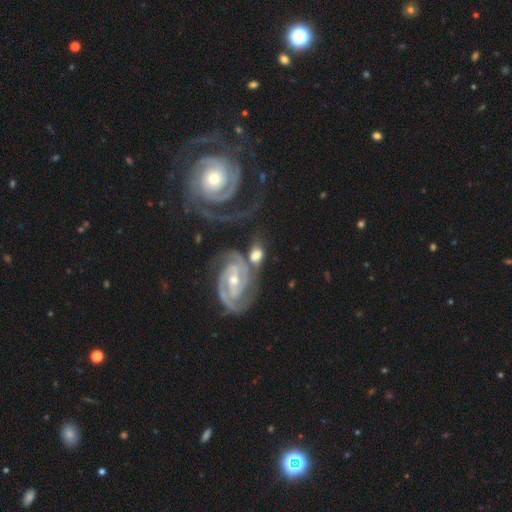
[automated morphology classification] This appears to be a featured or disk galaxy (72%) with a weak bar (39%), 2 (70%) tight (50%) spiral arms (95%) and a moderate central bulge (49%). Merging: none (39%).